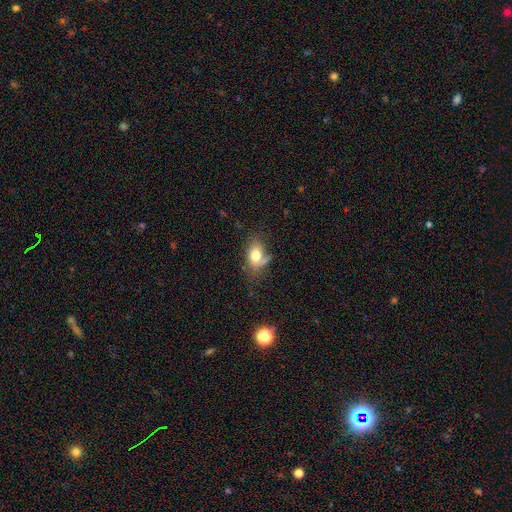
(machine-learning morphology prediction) Q: Smooth or featured?
A: smooth (71%); runner-up: featured or disk (19%)
Q: How rounded?
A: in between (81%); runner-up: round (17%)
Q: Merging?
A: none (48%); runner-up: minor disturbance (27%)